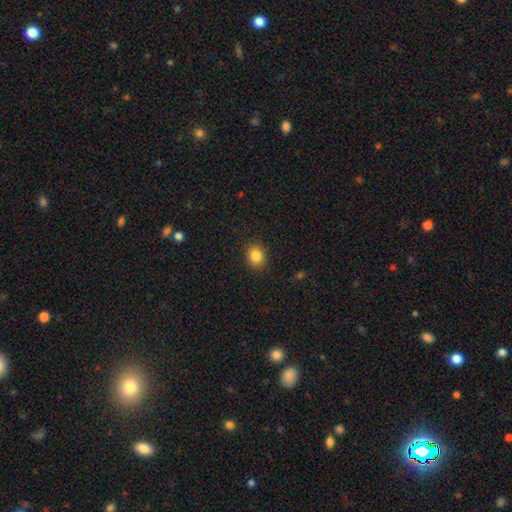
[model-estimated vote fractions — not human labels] smooth 85%, star or artifact 10%, featured or disk 5%. Down the decision tree: how rounded — round (72%); merging — none (90%).